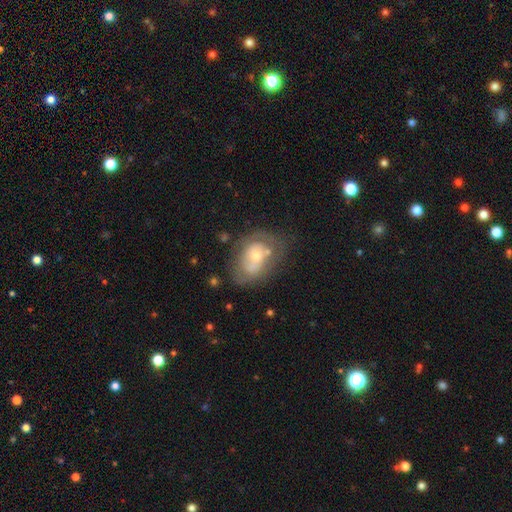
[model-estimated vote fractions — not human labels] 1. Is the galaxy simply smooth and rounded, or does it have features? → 56% featured or disk, 36% smooth, 8% star or artifact.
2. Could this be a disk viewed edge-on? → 96% no, 4% yes.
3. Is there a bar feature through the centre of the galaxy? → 79% no, 18% weak, 4% strong.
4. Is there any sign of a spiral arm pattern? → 51% no, 49% yes.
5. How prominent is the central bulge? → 48% moderate, 44% small, 4% large, 2% none, 1% dominant.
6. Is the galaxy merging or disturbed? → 44% none, 25% minor disturbance, 16% major disturbance, 15% merger.